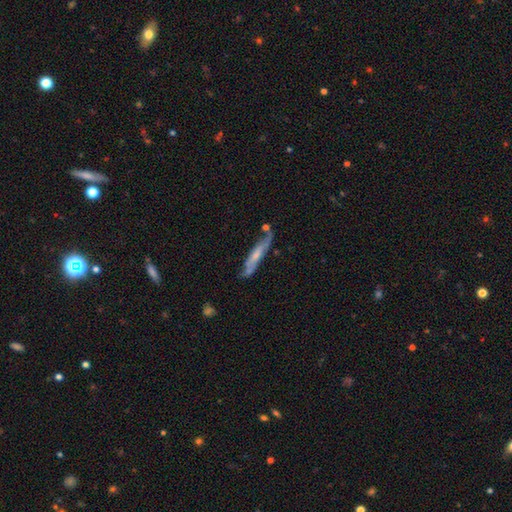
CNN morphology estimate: A featured or disk galaxy (58%) viewed edge-on (72%).

Vote fractions:
- Smooth or featured? featured or disk: 58% / smooth: 35% / star or artifact: 6%
- Edge-on disk? yes: 72% / no: 28%
- Merging? none: 67% / minor disturbance: 21% / merger: 6% / major disturbance: 6%